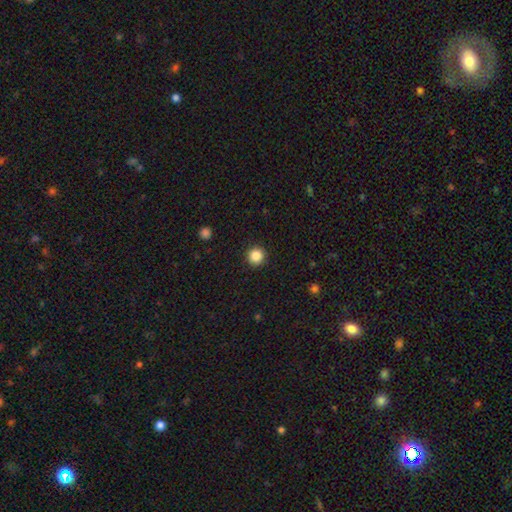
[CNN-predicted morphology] A smooth galaxy with no disk features (86%) that is round (96%).

Vote fractions:
- Smooth or featured? smooth: 86% / star or artifact: 11% / featured or disk: 4%
- How rounded? round: 96% / in between: 4% / cigar-shaped: 1%
- Merging? none: 93% / minor disturbance: 5% / major disturbance: 2% / merger: 1%